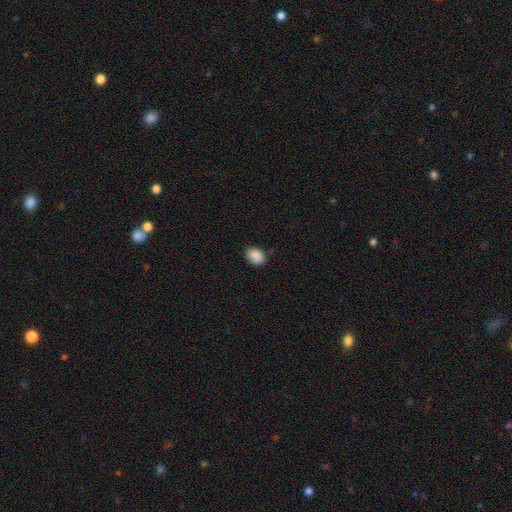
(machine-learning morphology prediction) smooth 89%, star or artifact 8%, featured or disk 3%. Down the decision tree: how rounded — in between (65%); merging — none (83%).